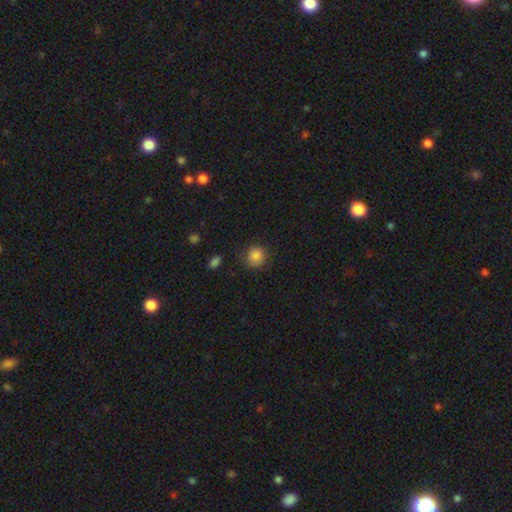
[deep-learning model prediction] Smooth or featured? Predicted: smooth (p=0.86). How rounded? Predicted: round (p=0.88). Merging? Predicted: none (p=0.80).